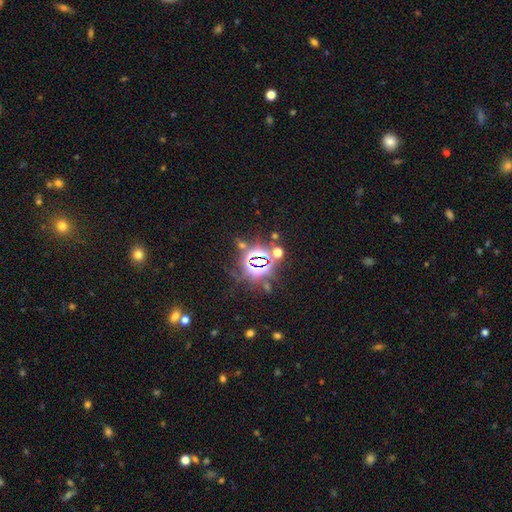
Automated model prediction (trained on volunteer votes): smooth_or_featured: star or artifact (p=0.83) [alt: smooth p=0.10]